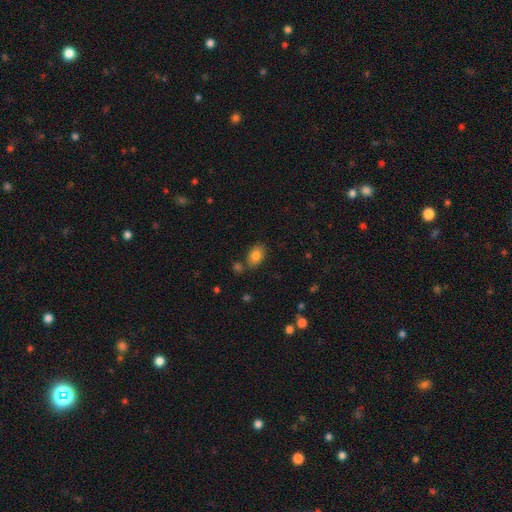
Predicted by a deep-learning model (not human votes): This is clearly a smooth galaxy (83%). How rounded: clearly in between (85%). Merging: likely none (77%).